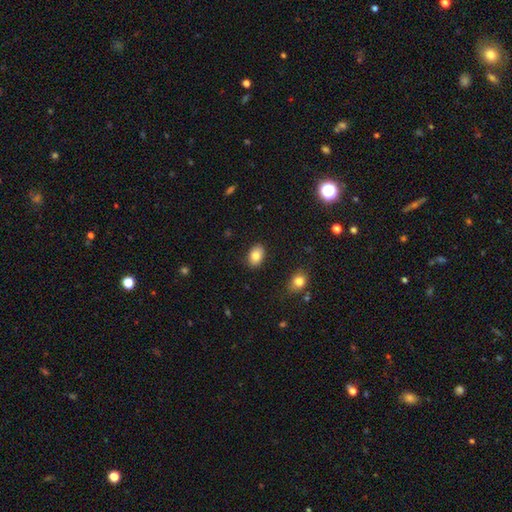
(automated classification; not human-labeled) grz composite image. It shows a smooth galaxy with no disk features (83%) that is in between round and cigar-shaped (84%). Merging: none (87%).